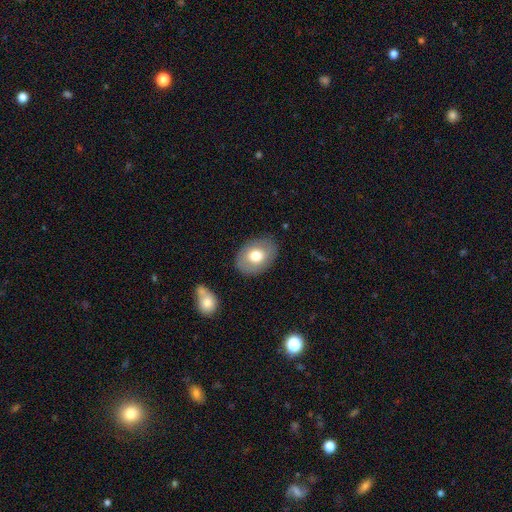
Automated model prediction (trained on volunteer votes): smooth_or_featured: smooth (p=0.70) [alt: featured or disk p=0.23]
how_rounded: in between (p=0.72) [alt: round p=0.27]
merging: none (p=0.83) [alt: minor disturbance p=0.11]